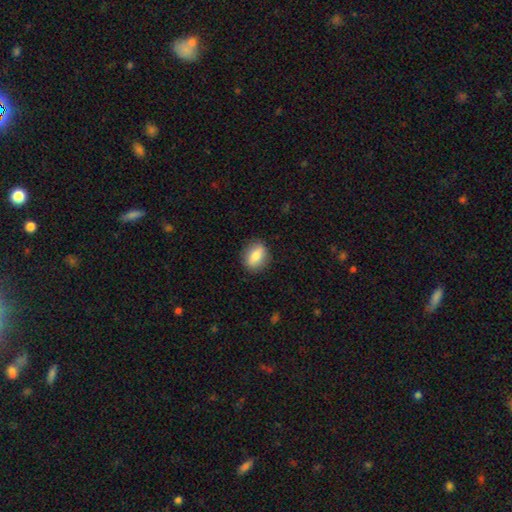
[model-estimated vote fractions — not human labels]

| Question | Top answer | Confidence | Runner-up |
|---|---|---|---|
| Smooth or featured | smooth | 79% | featured or disk (13%) |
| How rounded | in between | 66% | round (31%) |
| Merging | none | 87% | minor disturbance (10%) |